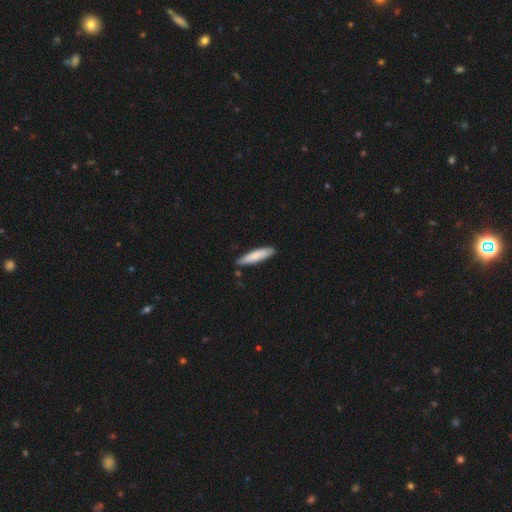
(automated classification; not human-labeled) This is clearly a smooth galaxy (81%). How rounded: clearly cigar-shaped (83%). Merging: clearly none (84%).